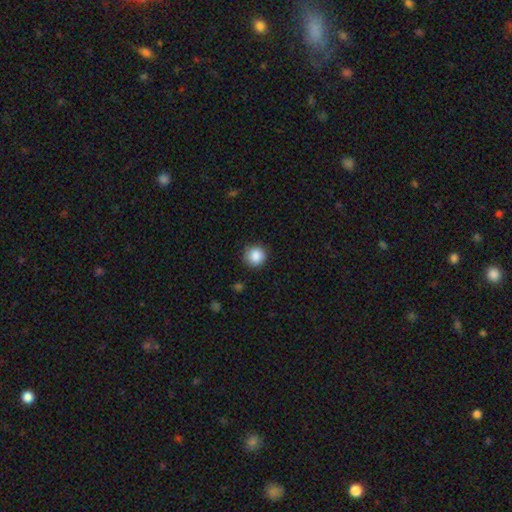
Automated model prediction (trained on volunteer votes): Q: Smooth or featured?
A: smooth (87%); runner-up: star or artifact (9%)
Q: How rounded?
A: round (94%); runner-up: in between (5%)
Q: Merging?
A: none (87%); runner-up: minor disturbance (9%)